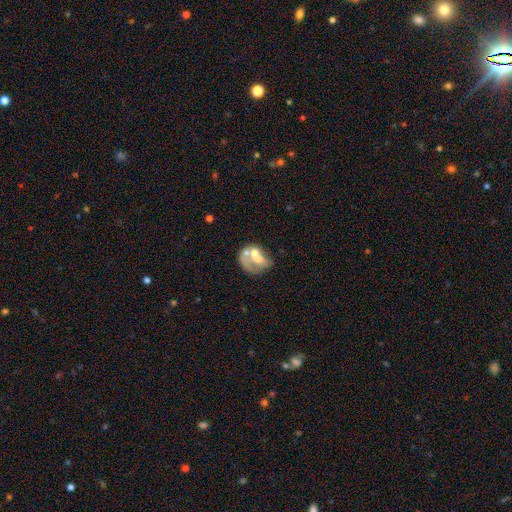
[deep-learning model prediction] The model was most divided on "smooth or featured": featured or disk: 50%, smooth: 40%, star or artifact: 10%. Remaining: merging — merger (45%).